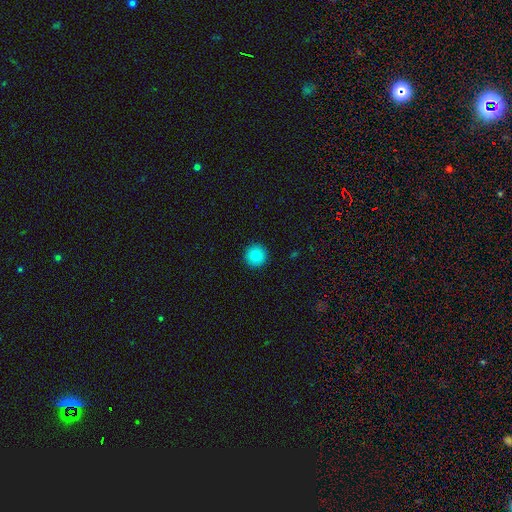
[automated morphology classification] Smooth or featured?
  - smooth: 85% *
  - star or artifact: 10%
  - featured or disk: 5%
How rounded?
  - round: 96% *
  - in between: 3%
  - cigar-shaped: 1%
Merging?
  - none: 93% *
  - minor disturbance: 4%
  - major disturbance: 2%
  - merger: 1%